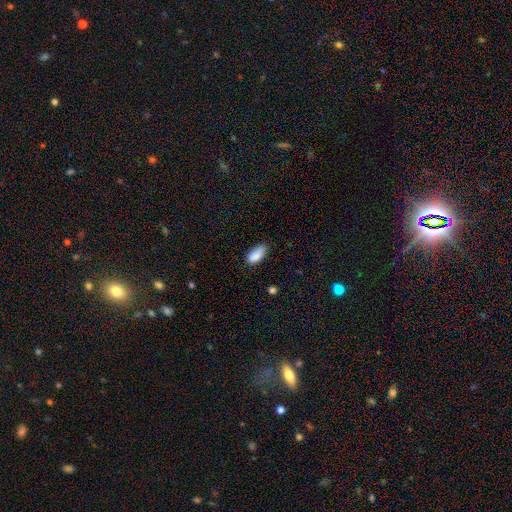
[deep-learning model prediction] smooth-or-featured: smooth: 87% | star or artifact: 8% | featured or disk: 5%
  how-rounded: in between: 91% | cigar-shaped: 7% | round: 3%
  merging: none: 69% | minor disturbance: 25% | major disturbance: 4% | merger: 2%